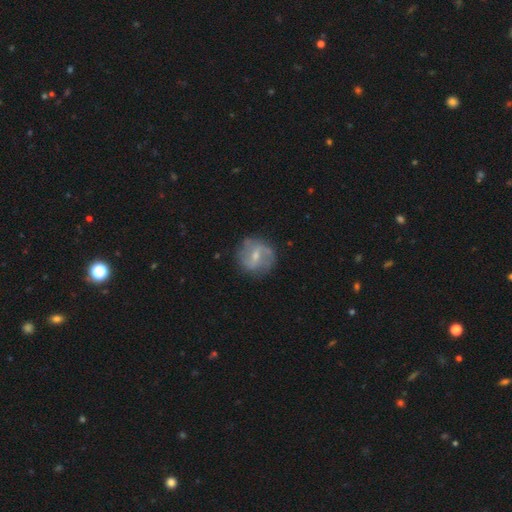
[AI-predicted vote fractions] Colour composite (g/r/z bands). It shows a featured or disk galaxy (71%) with a weak bar (57%), 2 (79%) medium (41%) spiral arms (85%) and a small central bulge (50%). Merging: none (75%).